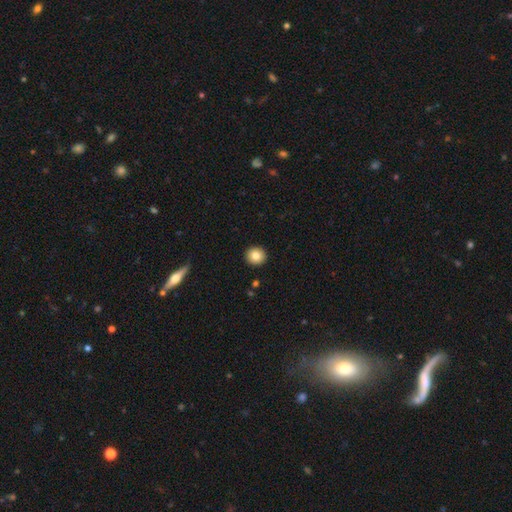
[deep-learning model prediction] smooth_or_featured: smooth (p=0.82) [alt: star or artifact p=0.09]
how_rounded: round (p=0.92) [alt: in between p=0.07]
merging: none (p=0.93) [alt: minor disturbance p=0.04]